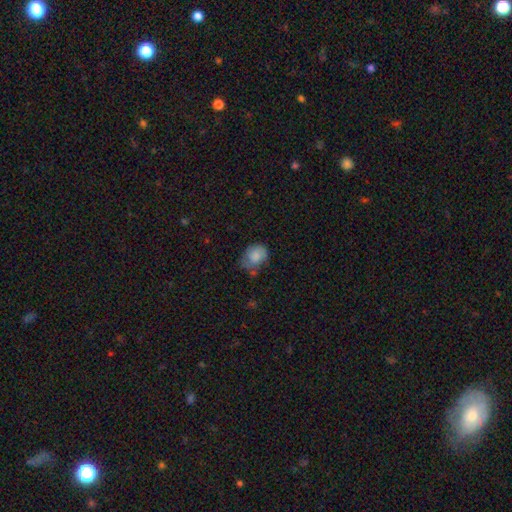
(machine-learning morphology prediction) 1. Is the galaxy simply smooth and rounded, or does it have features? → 80% smooth, 12% featured or disk, 8% star or artifact.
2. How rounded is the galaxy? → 59% in between, 40% round, 1% cigar-shaped.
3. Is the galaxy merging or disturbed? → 45% none, 36% minor disturbance, 12% major disturbance, 6% merger.